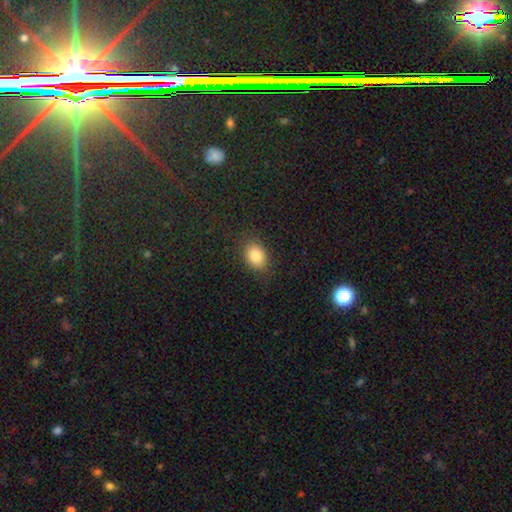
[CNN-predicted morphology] This appears to be a smooth galaxy with no disk features (83%) that is in between round and cigar-shaped (71%). Merging: none (84%).